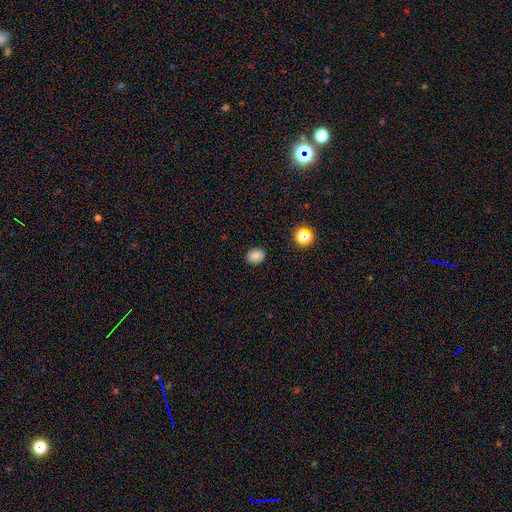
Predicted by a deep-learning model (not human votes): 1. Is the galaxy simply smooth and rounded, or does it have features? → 84% smooth, 12% star or artifact, 4% featured or disk.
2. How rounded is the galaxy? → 55% in between, 44% round, 1% cigar-shaped.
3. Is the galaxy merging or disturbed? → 85% none, 11% minor disturbance, 3% major disturbance, 1% merger.